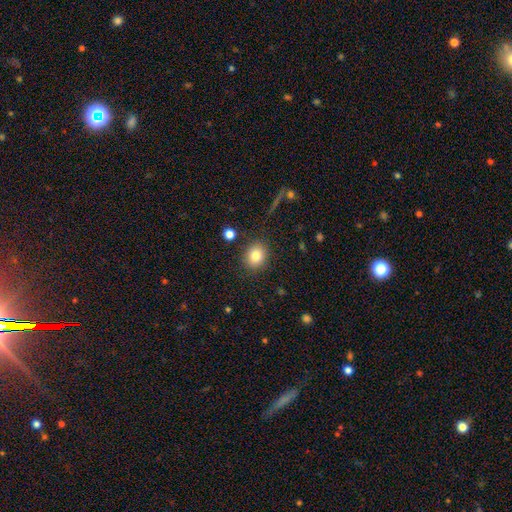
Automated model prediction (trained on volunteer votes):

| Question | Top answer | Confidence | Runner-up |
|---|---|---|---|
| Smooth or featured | smooth | 82% | star or artifact (10%) |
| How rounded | round | 62% | in between (37%) |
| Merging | none | 86% | minor disturbance (8%) |